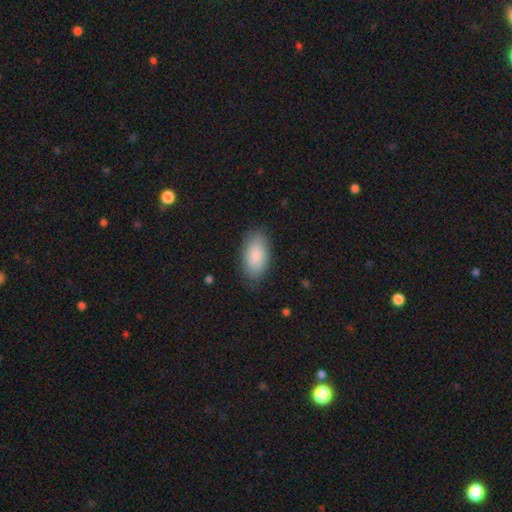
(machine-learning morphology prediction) smooth 85%, featured or disk 9%, star or artifact 6%. Down the decision tree: how rounded — in between (94%); merging — none (82%).